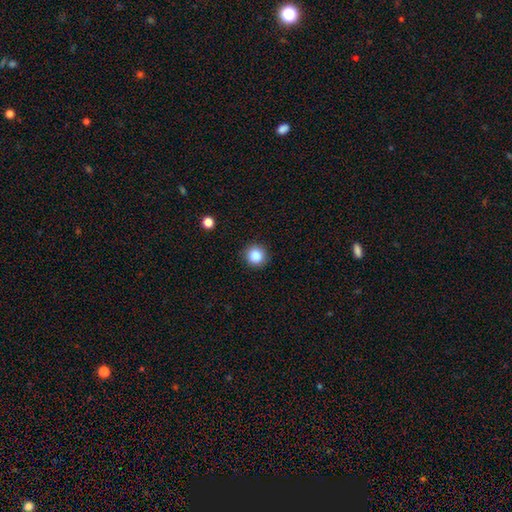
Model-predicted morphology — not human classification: Smooth or featured? smooth (86%)
How rounded? round (94%)
Merging? none (90%)